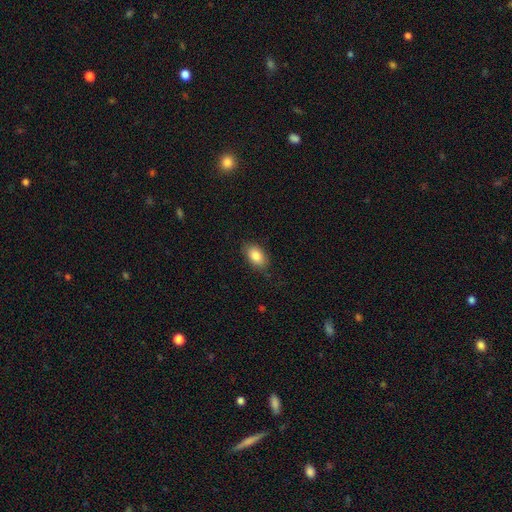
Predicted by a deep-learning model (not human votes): Overall: smooth (85%). How rounded: in between (91%). Merging: none (82%).